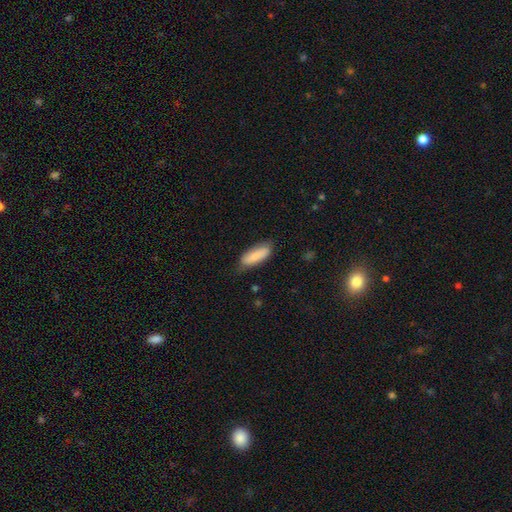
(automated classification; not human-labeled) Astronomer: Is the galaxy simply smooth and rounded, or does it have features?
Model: smooth — 84%.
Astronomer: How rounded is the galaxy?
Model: in between — 66%.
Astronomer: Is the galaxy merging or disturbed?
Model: none — 70%.